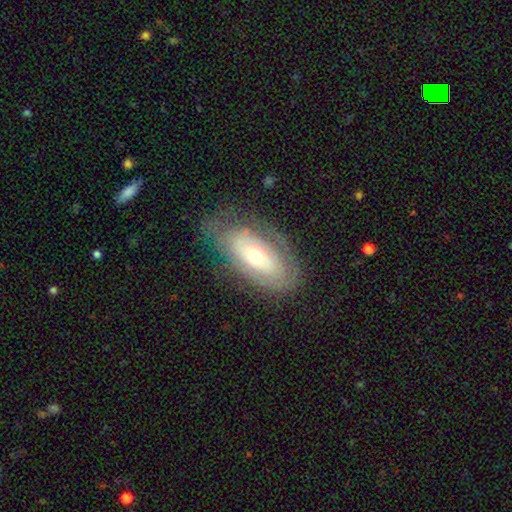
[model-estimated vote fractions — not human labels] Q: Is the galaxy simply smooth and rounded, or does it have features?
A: featured or disk — 60%.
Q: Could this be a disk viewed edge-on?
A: no — 88%.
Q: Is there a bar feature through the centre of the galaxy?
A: no — 79%.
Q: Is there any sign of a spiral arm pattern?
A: no — 56%.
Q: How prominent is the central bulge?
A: moderate — 68%.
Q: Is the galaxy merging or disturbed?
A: none — 66%.